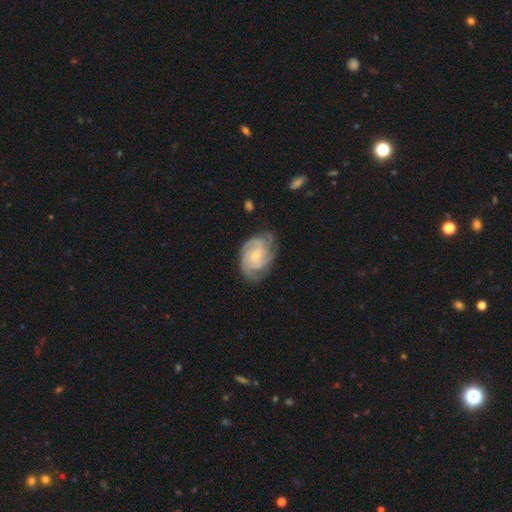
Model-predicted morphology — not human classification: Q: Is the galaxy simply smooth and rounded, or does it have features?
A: featured or disk — 83%.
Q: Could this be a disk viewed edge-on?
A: no — 97%.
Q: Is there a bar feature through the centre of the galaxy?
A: no — 65%.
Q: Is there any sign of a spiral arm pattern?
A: yes — 96%.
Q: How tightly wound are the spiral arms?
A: tight — 54%.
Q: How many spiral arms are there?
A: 3 — 38%.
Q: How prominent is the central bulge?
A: small — 64%.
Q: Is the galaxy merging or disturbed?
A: none — 69%.